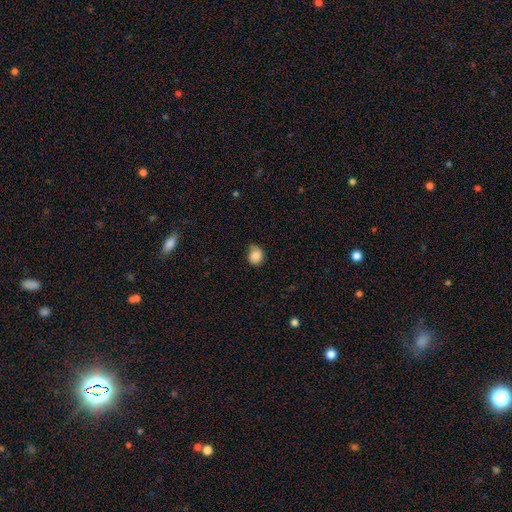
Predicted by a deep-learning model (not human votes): A smooth galaxy with no disk features (82%) that is round (75%).

Vote fractions:
- Smooth or featured? smooth: 82% / featured or disk: 9% / star or artifact: 9%
- How rounded? round: 75% / in between: 24% / cigar-shaped: 1%
- Merging? none: 55% / minor disturbance: 34% / major disturbance: 8% / merger: 2%